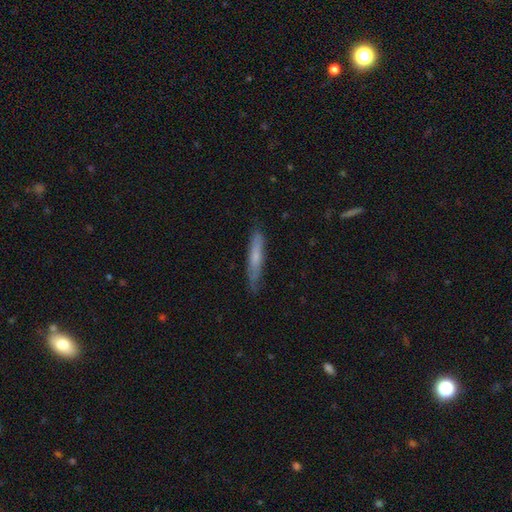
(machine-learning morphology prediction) The model was most divided on "smooth or featured": smooth: 60%, featured or disk: 34%, star or artifact: 6%. More confident: how rounded — cigar-shaped (92%); merging — none (80%).